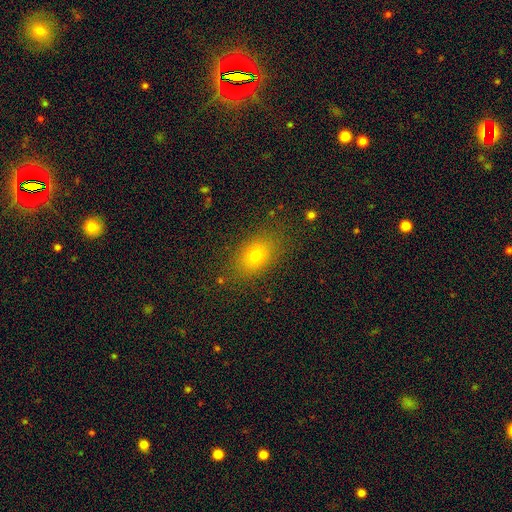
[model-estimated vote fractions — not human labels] Smooth or featured? smooth (73%)
How rounded? in between (74%)
Merging? none (83%)